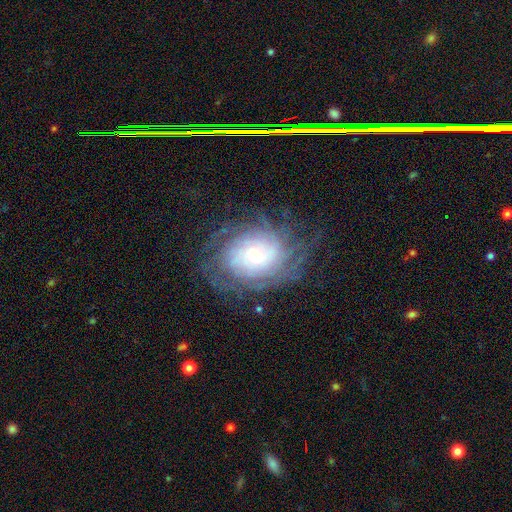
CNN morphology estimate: smooth_or_featured: featured or disk (p=0.80) [alt: smooth p=0.12]
disk_edge_on: no (p=0.96) [alt: yes p=0.04]
bar: no (p=0.73) [alt: weak p=0.21]
has_spiral_arms: yes (p=0.93) [alt: no p=0.07]
spiral_winding: tight (p=0.70) [alt: medium p=0.22]
spiral_arm_count: can't tell (p=0.43) [alt: more than 4 p=0.19]
bulge_size: small (p=0.57) [alt: moderate p=0.34]
merging: none (p=0.72) [alt: minor disturbance p=0.16]